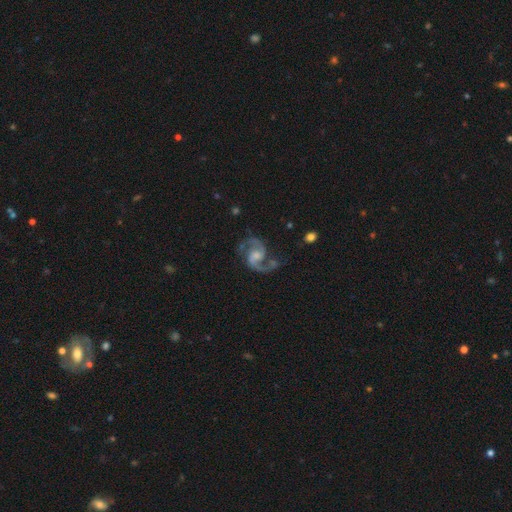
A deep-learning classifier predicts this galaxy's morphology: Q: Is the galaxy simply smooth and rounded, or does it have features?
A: featured or disk — 93%.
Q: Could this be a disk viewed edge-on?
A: no — 98%.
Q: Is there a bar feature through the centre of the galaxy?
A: no — 49%.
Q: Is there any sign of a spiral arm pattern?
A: yes — 98%.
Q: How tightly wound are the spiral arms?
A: medium — 59%.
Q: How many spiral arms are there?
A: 2 — 94%.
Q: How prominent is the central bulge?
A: moderate — 40%.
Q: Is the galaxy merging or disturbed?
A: none — 69%.